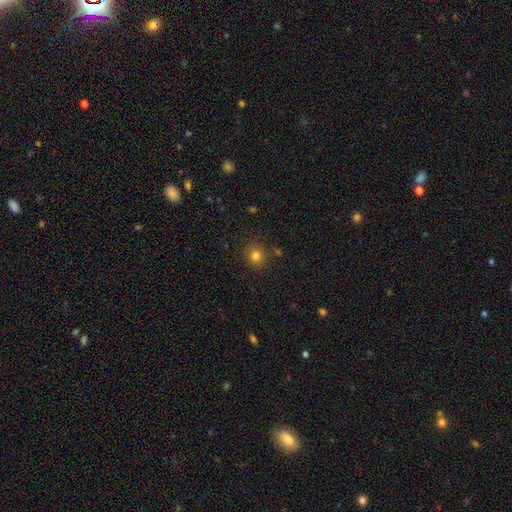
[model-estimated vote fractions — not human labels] This is likely a smooth galaxy (79%). How rounded: clearly round (85%). Merging: clearly none (85%).